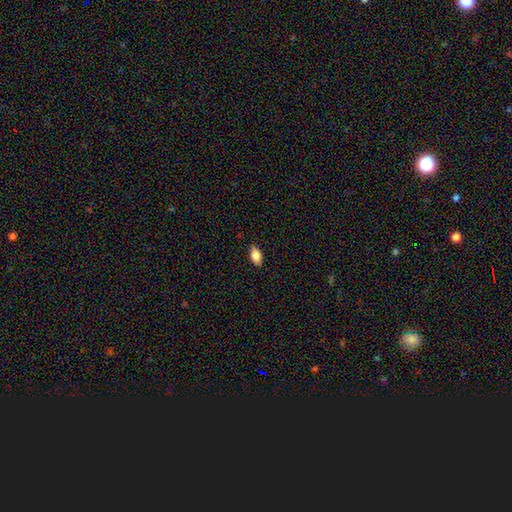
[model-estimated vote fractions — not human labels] A smooth galaxy with no disk features (83%) that is in between round and cigar-shaped (91%). Merging: none (88%).